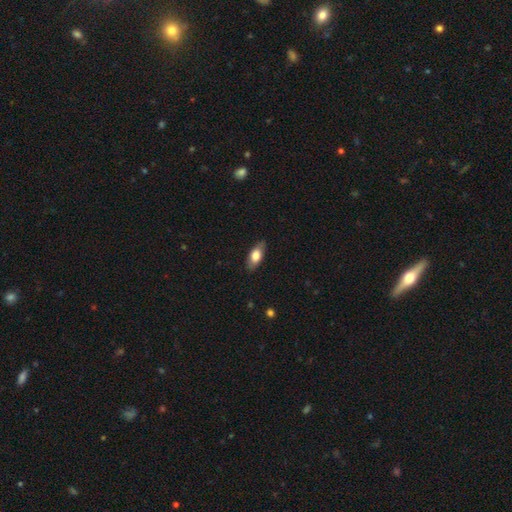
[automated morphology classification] smooth-or-featured: smooth: 73% | featured or disk: 20% | star or artifact: 6%
  how-rounded: in between: 84% | cigar-shaped: 12% | round: 4%
  merging: none: 83% | minor disturbance: 13% | major disturbance: 3% | merger: 1%